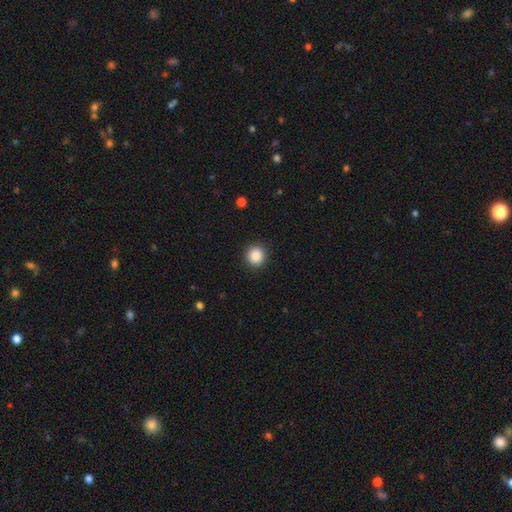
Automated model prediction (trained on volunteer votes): The model was most divided on "smooth or featured": smooth: 88%, star or artifact: 9%, featured or disk: 3%. More confident: how rounded — round (93%); merging — none (92%).